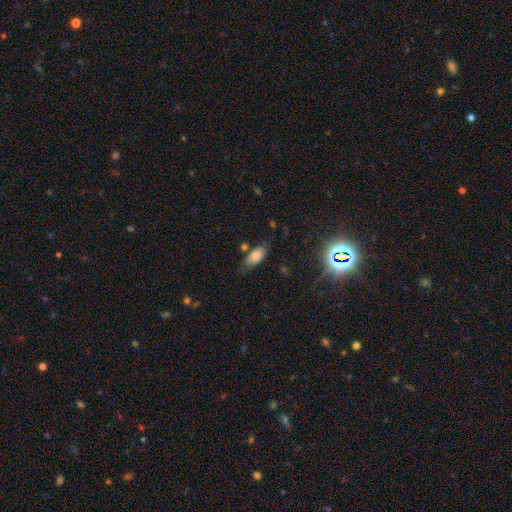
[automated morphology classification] Q: Smooth or featured?
A: smooth (76%); runner-up: featured or disk (14%)
Q: How rounded?
A: in between (90%); runner-up: cigar-shaped (7%)
Q: Merging?
A: none (69%); runner-up: minor disturbance (20%)